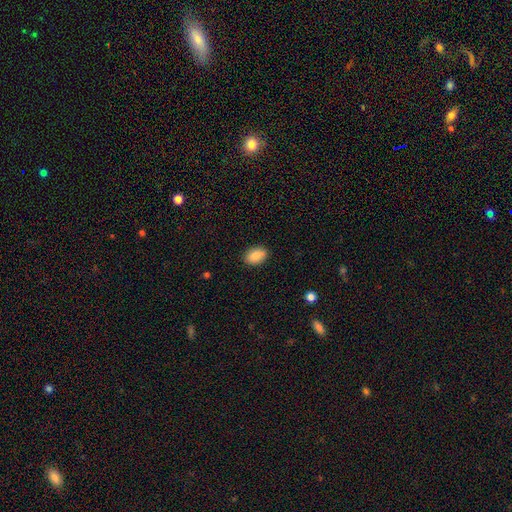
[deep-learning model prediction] A smooth galaxy with no disk features (86%) that is in between round and cigar-shaped (84%).

Vote fractions:
- Smooth or featured? smooth: 86% / star or artifact: 7% / featured or disk: 7%
- How rounded? in between: 84% / round: 15% / cigar-shaped: 1%
- Merging? none: 89% / minor disturbance: 8% / major disturbance: 2% / merger: 1%